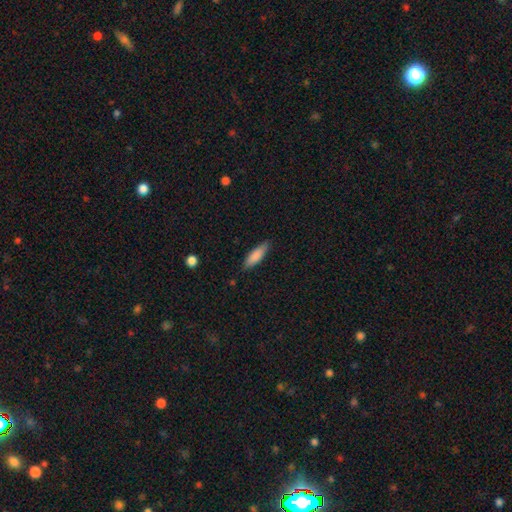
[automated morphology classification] Smooth or featured?
  - smooth: 83% *
  - featured or disk: 12%
  - star or artifact: 6%
How rounded?
  - cigar-shaped: 56% *
  - in between: 43%
  - round: 2%
Merging?
  - none: 82% *
  - minor disturbance: 14%
  - major disturbance: 2%
  - merger: 1%